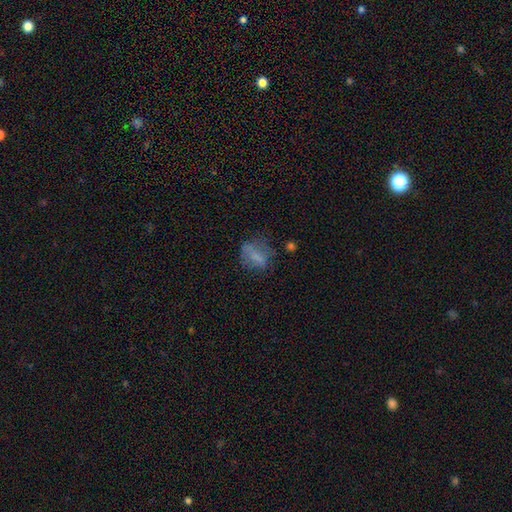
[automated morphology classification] Smooth or featured? smooth (57%)
How rounded? in between (60%)
Merging? none (46%)